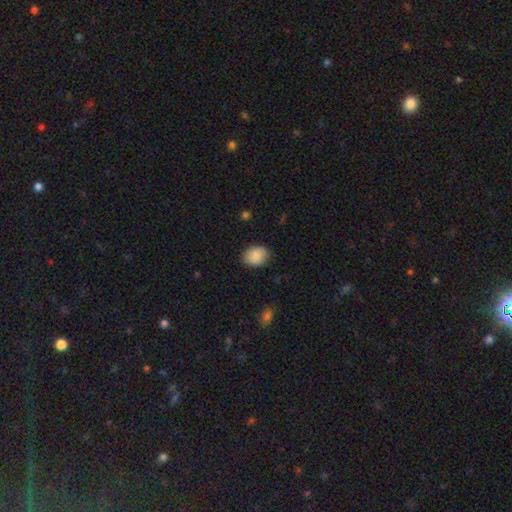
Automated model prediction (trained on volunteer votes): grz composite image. It shows a smooth galaxy with no disk features (89%) that is in between round and cigar-shaped (58%). Merging: none (87%).